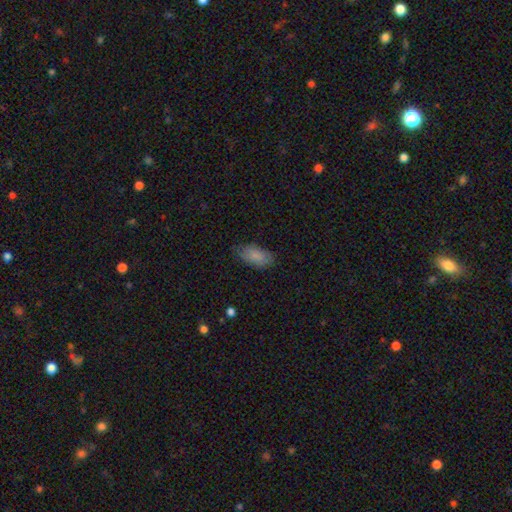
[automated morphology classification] Smooth or featured: smooth — 85% (featured or disk — 8%)
How rounded: in between — 93% (cigar-shaped — 5%)
Merging: none — 77% (minor disturbance — 18%)